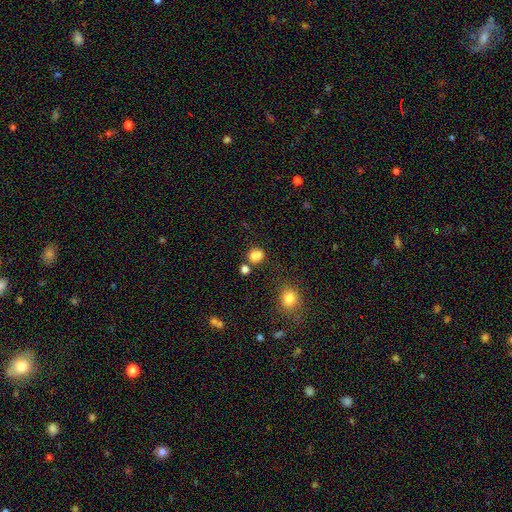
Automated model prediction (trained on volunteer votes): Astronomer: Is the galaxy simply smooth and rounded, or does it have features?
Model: smooth — 79%.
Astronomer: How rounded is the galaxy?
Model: round — 67%.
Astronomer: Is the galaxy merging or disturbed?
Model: none — 58%.